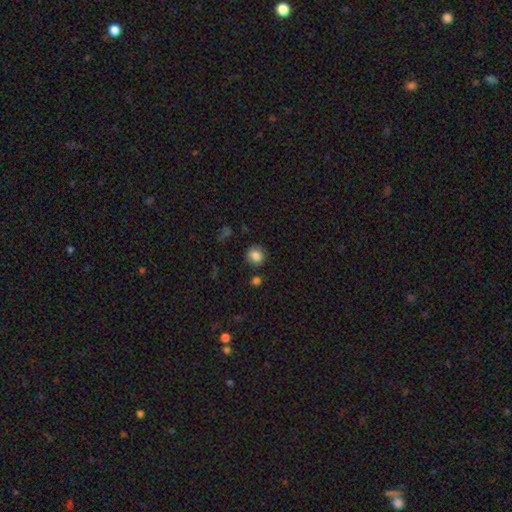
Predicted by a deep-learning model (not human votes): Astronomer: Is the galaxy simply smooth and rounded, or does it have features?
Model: smooth — 82%.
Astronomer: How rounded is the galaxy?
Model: round — 85%.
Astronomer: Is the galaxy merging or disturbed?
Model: none — 85%.